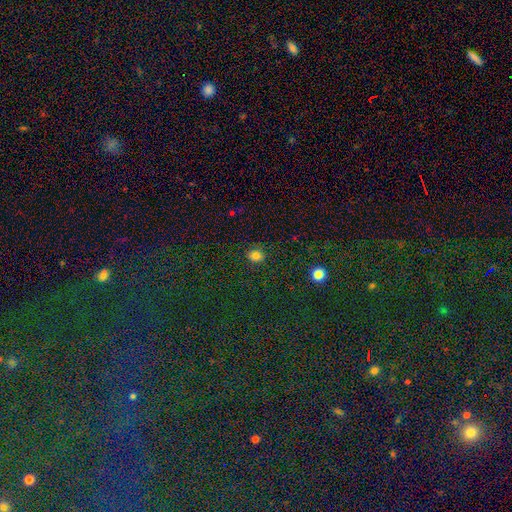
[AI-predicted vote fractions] The model was most divided on "how rounded": round: 59%, in between: 40%, cigar-shaped: 1%. More confident: merging — none (86%); smooth or featured — smooth (81%).